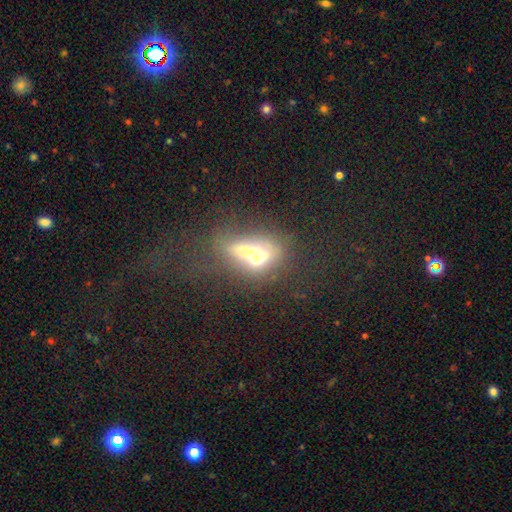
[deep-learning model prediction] This appears to be a smooth galaxy with no disk features (47%). Merging: major disturbance (34%).